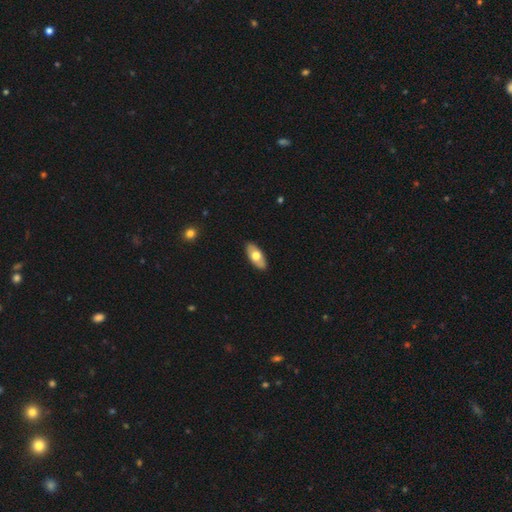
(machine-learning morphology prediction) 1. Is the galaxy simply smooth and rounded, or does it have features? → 62% smooth, 33% featured or disk, 5% star or artifact.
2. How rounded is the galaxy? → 88% in between, 9% cigar-shaped, 3% round.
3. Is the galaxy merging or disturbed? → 88% none, 9% minor disturbance, 2% major disturbance, 1% merger.